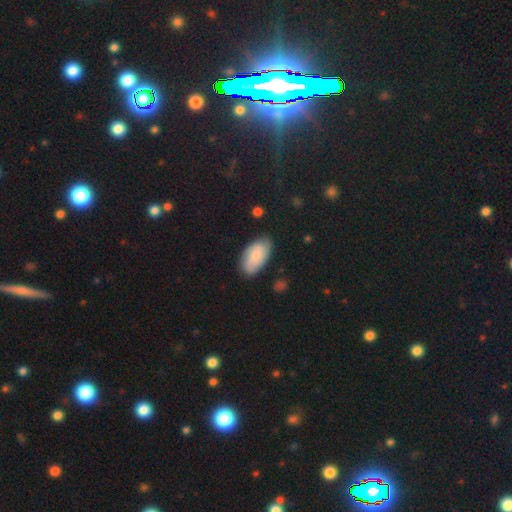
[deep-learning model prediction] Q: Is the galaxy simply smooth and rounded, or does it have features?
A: smooth — 53%.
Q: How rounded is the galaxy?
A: in between — 94%.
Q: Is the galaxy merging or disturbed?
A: none — 74%.